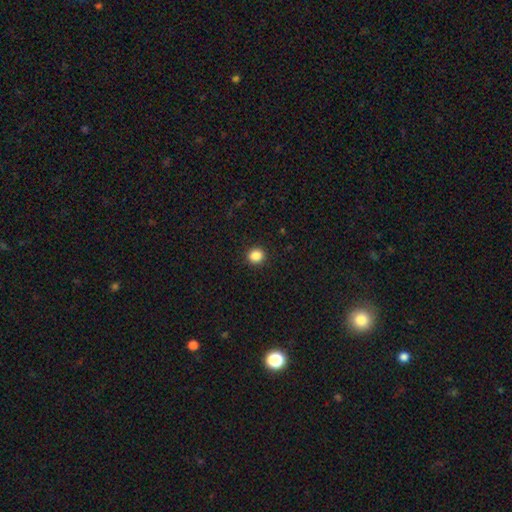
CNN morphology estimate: The model was most divided on "how rounded": round: 83%, in between: 16%, cigar-shaped: 1%. More confident: merging — none (92%); smooth or featured — smooth (87%).